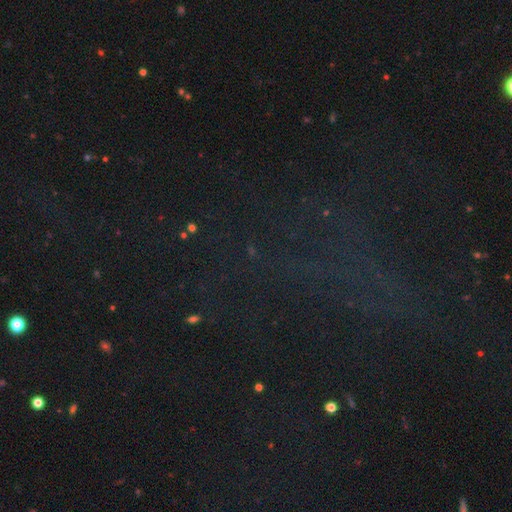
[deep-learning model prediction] smooth_or_featured: star or artifact (p=0.76) [alt: smooth p=0.14]